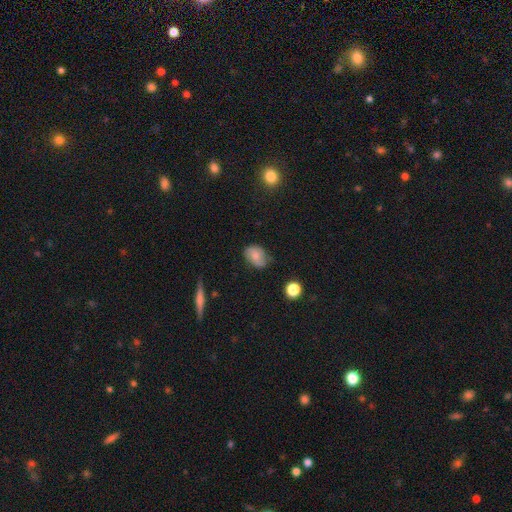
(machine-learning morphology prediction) A smooth galaxy with no disk features (69%) that is in between round and cigar-shaped (73%). Merging: none (65%).